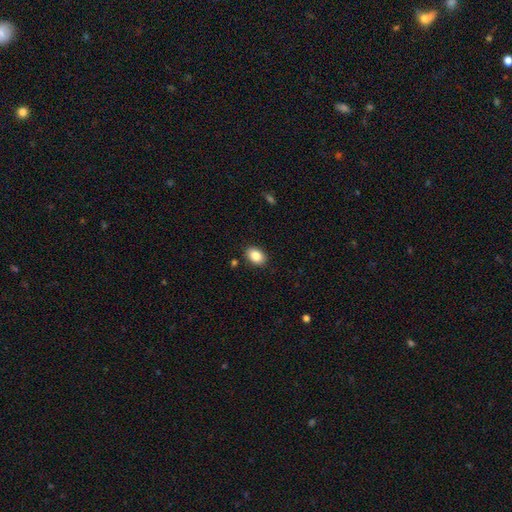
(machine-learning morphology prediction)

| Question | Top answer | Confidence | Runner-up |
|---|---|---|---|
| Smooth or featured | smooth | 87% | star or artifact (8%) |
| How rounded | in between | 76% | round (23%) |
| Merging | none | 88% | minor disturbance (8%) |